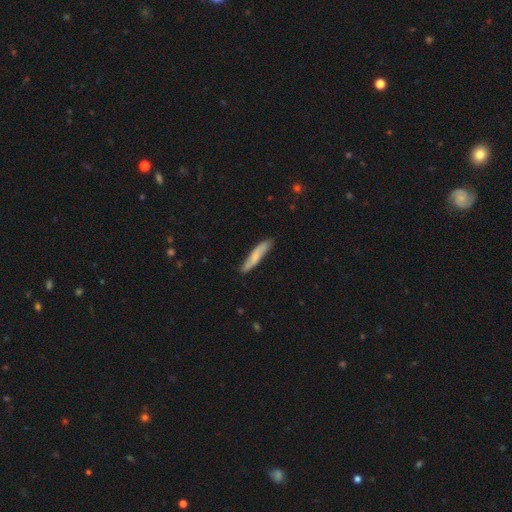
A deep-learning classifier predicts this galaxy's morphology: This is likely a smooth galaxy (63%). How rounded: clearly cigar-shaped (86%). Merging: likely none (80%).